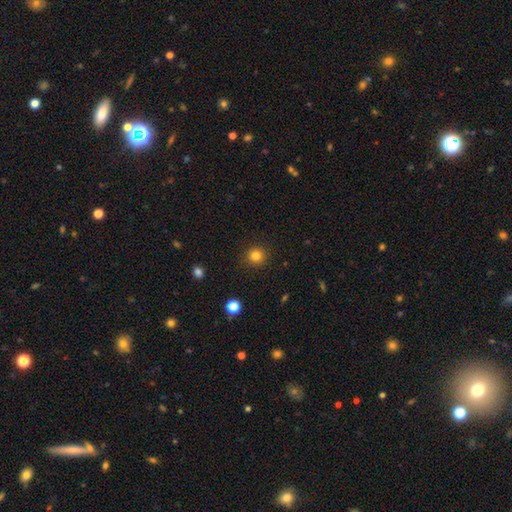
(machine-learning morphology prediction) Smooth or featured? Predicted: smooth (p=0.82). How rounded? Predicted: round (p=0.93). Merging? Predicted: none (p=0.91).